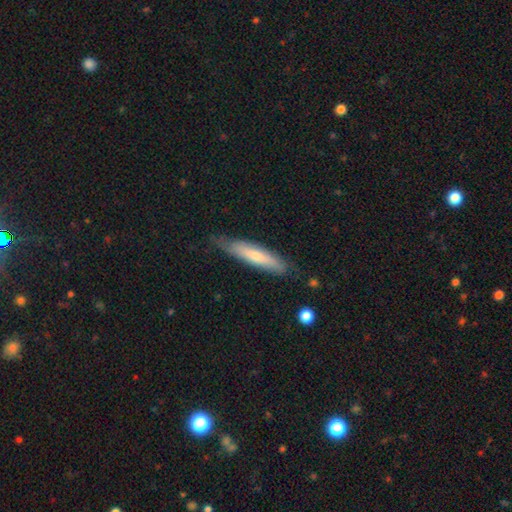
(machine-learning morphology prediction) smooth_or_featured: smooth (p=0.62) [alt: featured or disk p=0.33]
how_rounded: cigar-shaped (p=0.87) [alt: in between p=0.12]
merging: none (p=0.74) [alt: minor disturbance p=0.21]